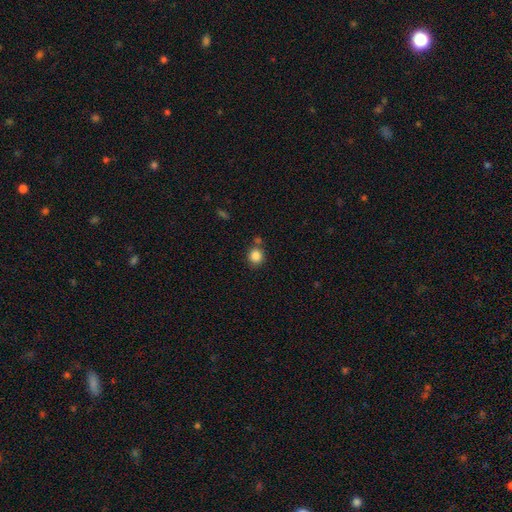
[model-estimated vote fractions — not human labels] Smooth or featured: smooth — 86% (star or artifact — 10%)
How rounded: round — 87% (in between — 12%)
Merging: none — 72% (merger — 14%)